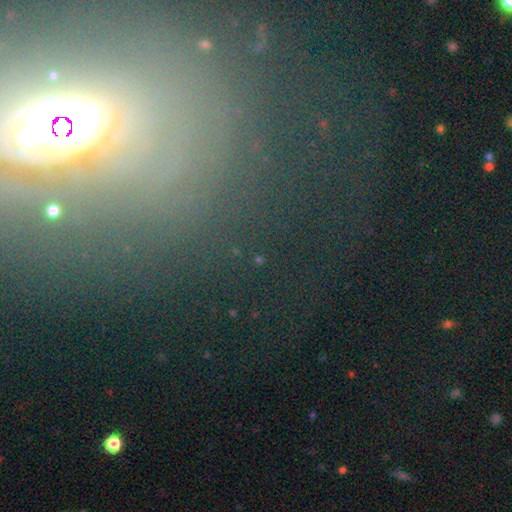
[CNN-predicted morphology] Smooth or featured: star or artifact — 51% (featured or disk — 27%)